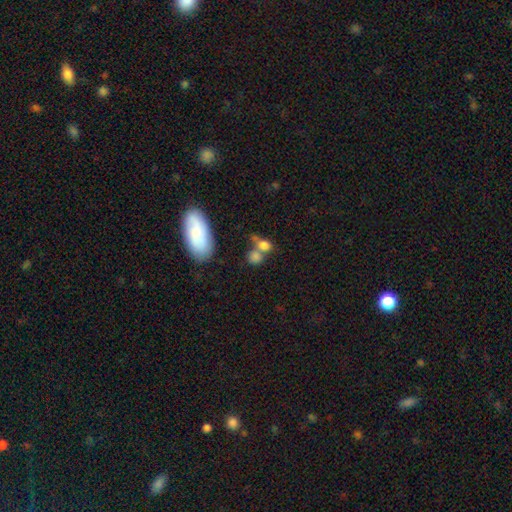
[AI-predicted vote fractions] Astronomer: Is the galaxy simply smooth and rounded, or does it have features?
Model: smooth — 78%.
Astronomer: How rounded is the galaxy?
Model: round — 54% (runner-up: in between, 42%).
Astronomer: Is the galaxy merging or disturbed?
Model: none — 42% (runner-up: merger, 39%).